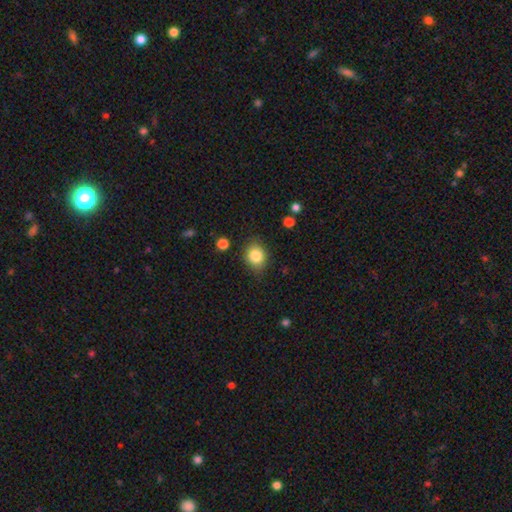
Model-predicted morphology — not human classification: smooth_or_featured: smooth (p=0.83) [alt: star or artifact p=0.10]
how_rounded: round (p=0.58) [alt: in between p=0.41]
merging: none (p=0.82) [alt: minor disturbance p=0.13]